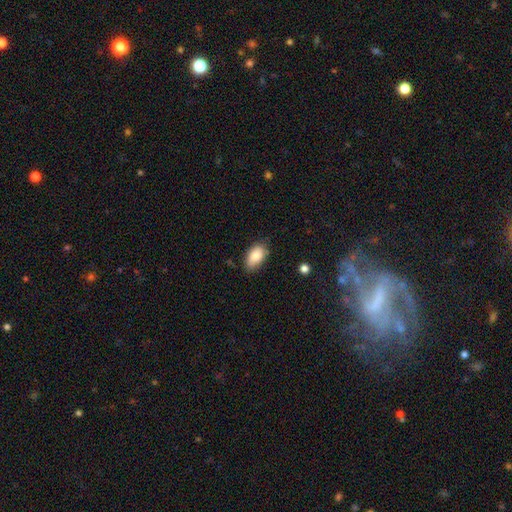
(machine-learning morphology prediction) Smooth or featured? Predicted: smooth (p=0.84). How rounded? Predicted: in between (p=0.93). Merging? Predicted: none (p=0.72).